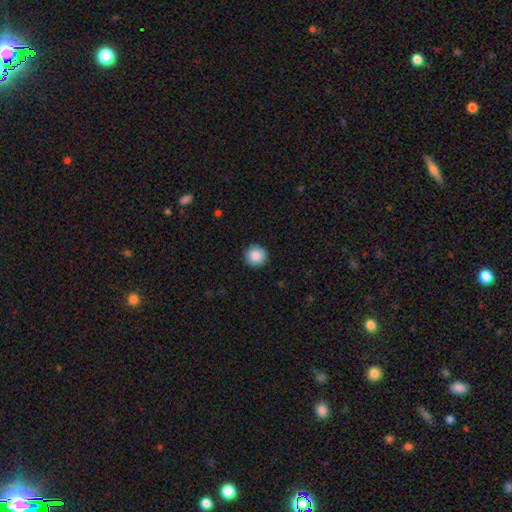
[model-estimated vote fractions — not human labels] Morphology: type=smooth (87%); roundness=round (96%); merging=none (92%).